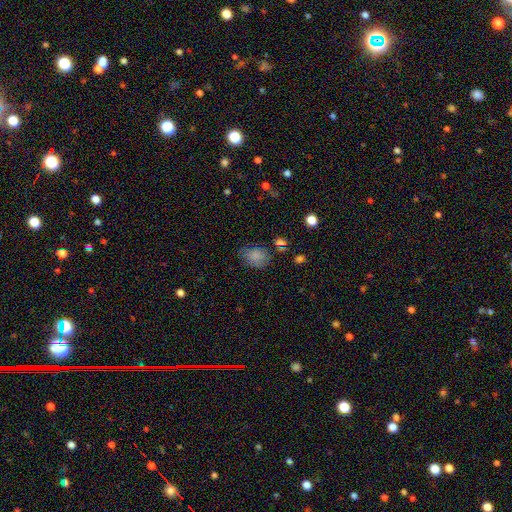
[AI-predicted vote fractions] Smooth or featured? Predicted: smooth (p=0.80). How rounded? Predicted: in between (p=0.64). Merging? Predicted: none (p=0.66).